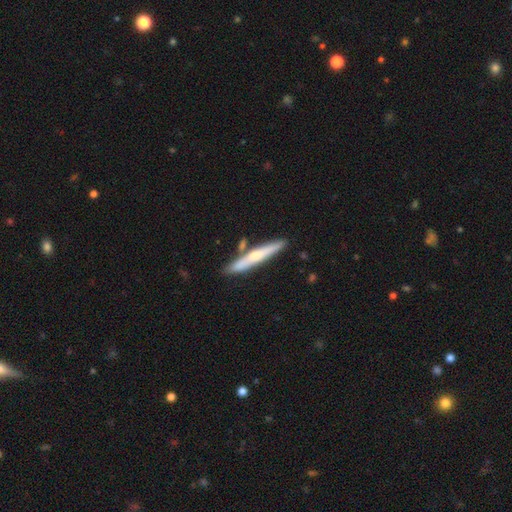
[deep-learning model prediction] smooth_or_featured: featured or disk (p=0.48) [alt: smooth p=0.47]
merging: none (p=0.78) [alt: minor disturbance p=0.11]